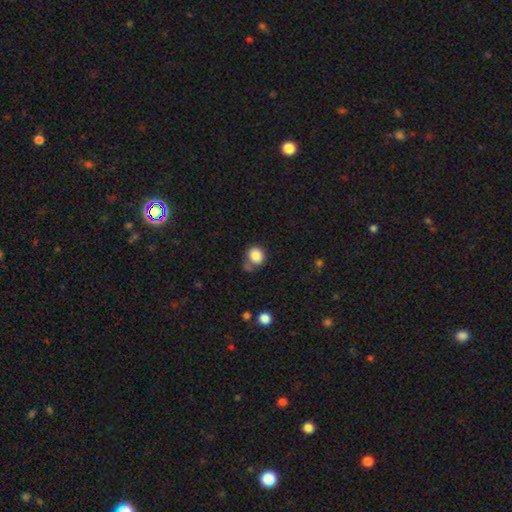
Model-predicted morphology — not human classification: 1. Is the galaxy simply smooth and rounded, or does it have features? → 85% smooth, 9% star or artifact, 5% featured or disk.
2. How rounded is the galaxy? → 74% round, 25% in between, 1% cigar-shaped.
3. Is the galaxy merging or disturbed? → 57% none, 19% minor disturbance, 16% merger, 8% major disturbance.